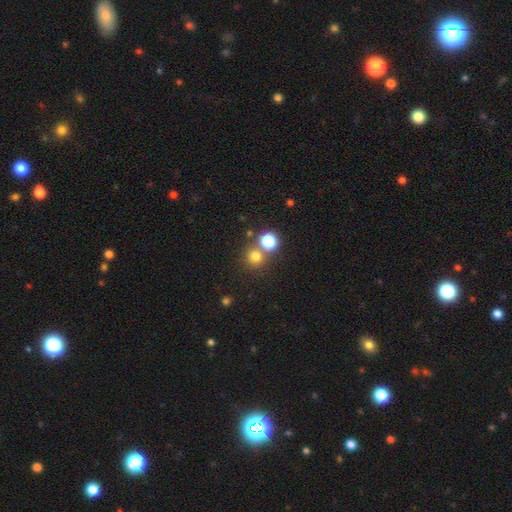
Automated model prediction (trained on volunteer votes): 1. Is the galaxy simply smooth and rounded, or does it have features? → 74% smooth, 18% star or artifact, 8% featured or disk.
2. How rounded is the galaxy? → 91% round, 8% in between, 1% cigar-shaped.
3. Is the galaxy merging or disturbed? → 64% none, 26% merger, 7% minor disturbance, 3% major disturbance.